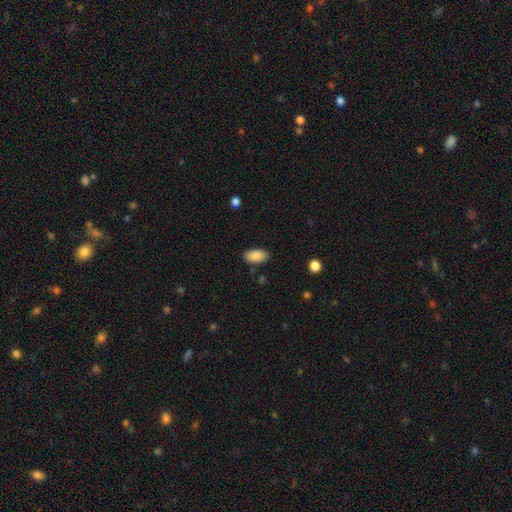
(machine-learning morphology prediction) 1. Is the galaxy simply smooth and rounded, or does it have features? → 88% smooth, 7% star or artifact, 5% featured or disk.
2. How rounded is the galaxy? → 94% in between, 3% round, 3% cigar-shaped.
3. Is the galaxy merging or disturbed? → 85% none, 11% minor disturbance, 3% major disturbance, 2% merger.